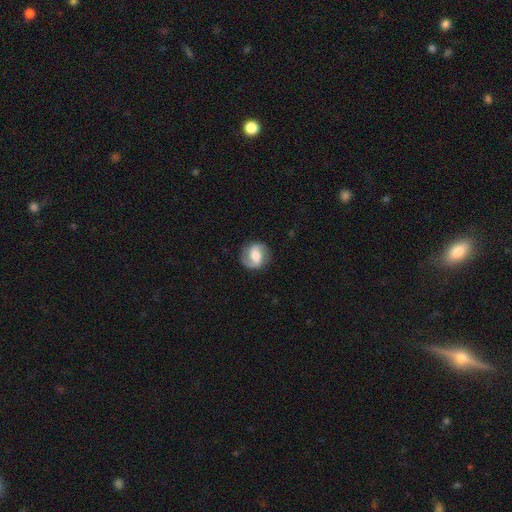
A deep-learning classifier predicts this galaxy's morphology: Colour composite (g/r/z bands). It shows a featured or disk galaxy (76%) with a weak bar (45%), 2 (91%) medium (47%) spiral arms (93%) and a moderate central bulge (56%). Merging: none (85%).